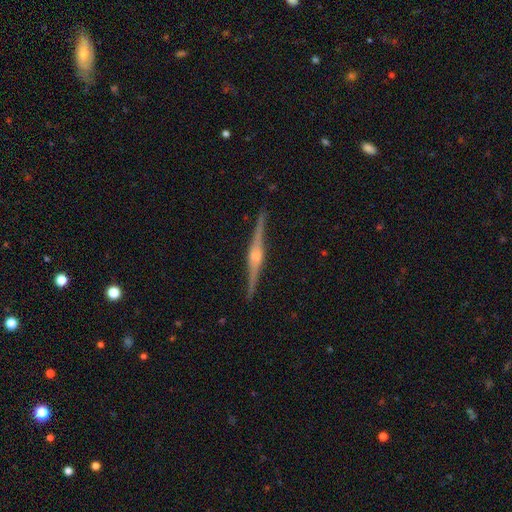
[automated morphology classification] type=featured or disk (89%); edge-on=yes (99%); edge-on bulge=rounded (86%); merging=none (91%).